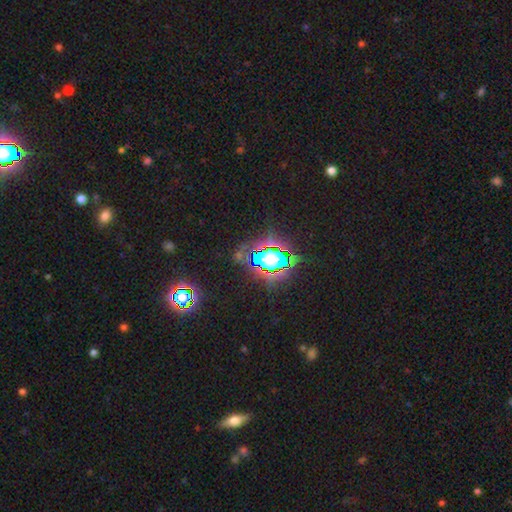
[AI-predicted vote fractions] Smooth or featured? Predicted: star or artifact (p=0.81).